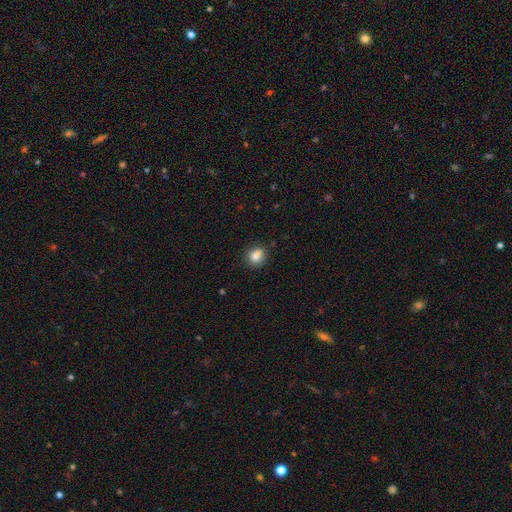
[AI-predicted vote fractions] Smooth or featured?
  - smooth: 83% *
  - star or artifact: 10%
  - featured or disk: 7%
How rounded?
  - round: 54% *
  - in between: 44%
  - cigar-shaped: 2%
Merging?
  - none: 74% *
  - minor disturbance: 18%
  - merger: 5%
  - major disturbance: 4%